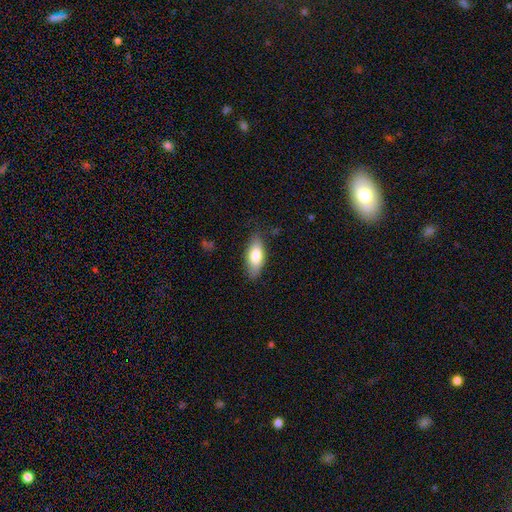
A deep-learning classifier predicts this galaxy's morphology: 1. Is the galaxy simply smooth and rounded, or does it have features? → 77% smooth, 17% featured or disk, 6% star or artifact.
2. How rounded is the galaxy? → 80% in between, 17% cigar-shaped, 3% round.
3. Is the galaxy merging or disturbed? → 79% none, 16% minor disturbance, 3% major disturbance, 1% merger.